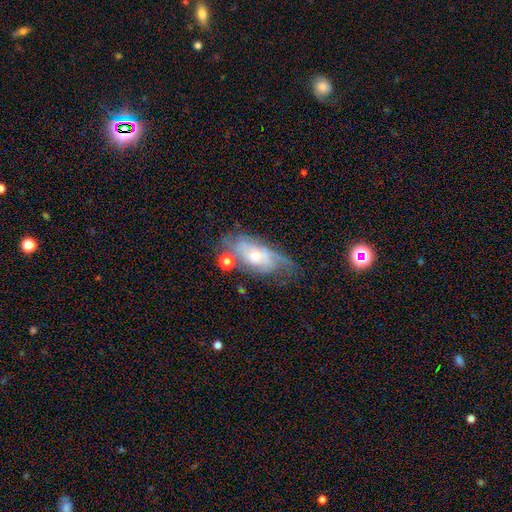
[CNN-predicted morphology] type=featured or disk (67%); edge-on=no (88%); bar=no (74%); spiral arms=yes (72%); bulge=moderate (60%); merging=none (46%).